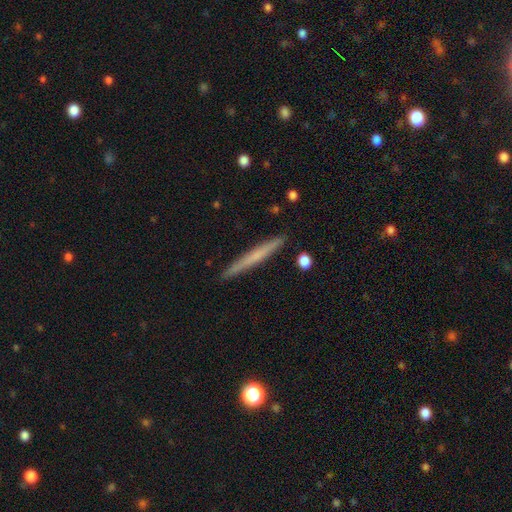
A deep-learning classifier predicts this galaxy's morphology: A smooth galaxy with no disk features (51%) that is cigar-shaped (97%).

Vote fractions:
- Smooth or featured? smooth: 51% / featured or disk: 42% / star or artifact: 6%
- How rounded? cigar-shaped: 97% / in between: 2% / round: 1%
- Merging? none: 91% / minor disturbance: 6% / merger: 1% / major disturbance: 1%